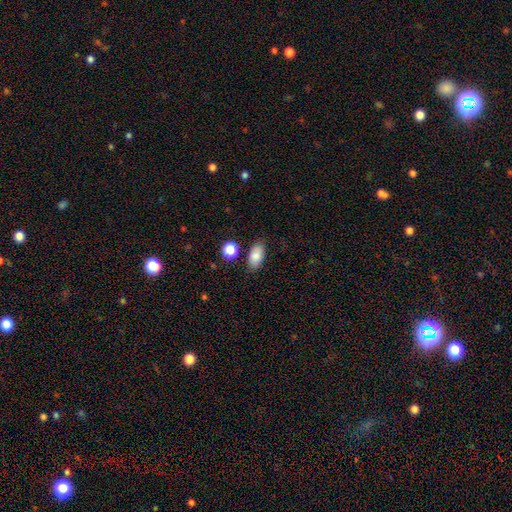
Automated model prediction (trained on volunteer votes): Smooth or featured? Predicted: smooth (p=0.85). How rounded? Predicted: in between (p=0.89). Merging? Predicted: none (p=0.81).